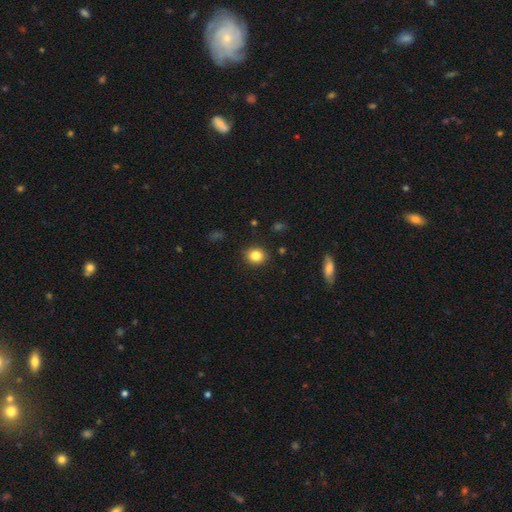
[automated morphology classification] Overall: smooth (83%). How rounded: round (66%; in between 33%). Merging: none (89%).